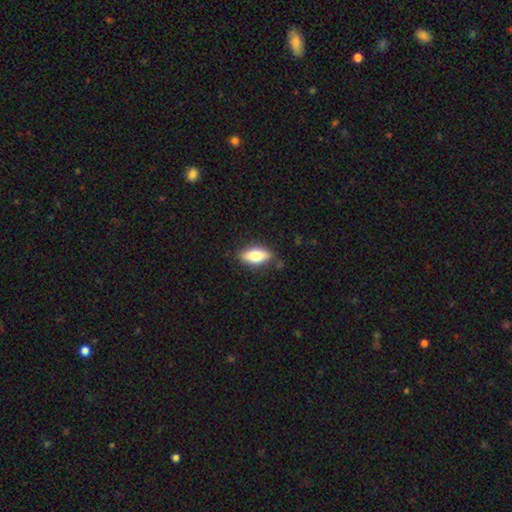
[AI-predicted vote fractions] Smooth or featured? smooth (73%)
How rounded? in between (81%)
Merging? none (84%)